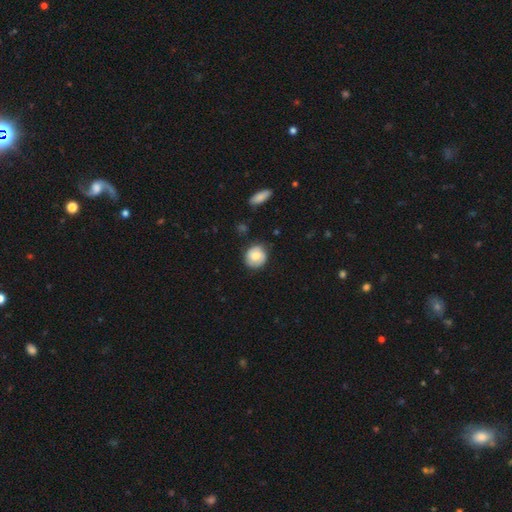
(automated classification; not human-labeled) smooth-or-featured: smooth: 69% | featured or disk: 24% | star or artifact: 7%
  how-rounded: round: 86% | in between: 13% | cigar-shaped: 1%
  merging: none: 80% | minor disturbance: 15% | major disturbance: 3% | merger: 2%